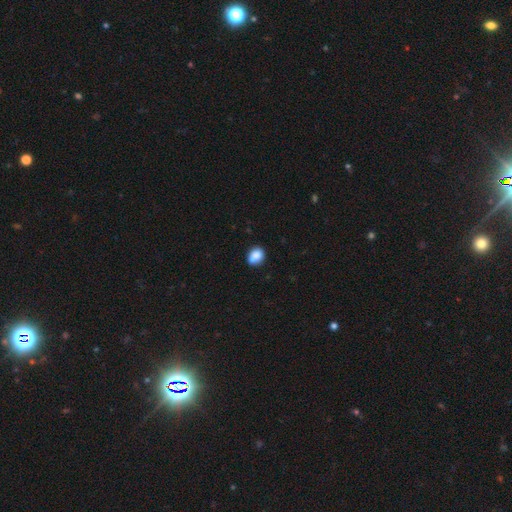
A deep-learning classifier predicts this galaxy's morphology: The model was most divided on "how rounded": in between: 50%, round: 49%, cigar-shaped: 1%. More confident: smooth or featured — smooth (84%); merging — none (67%).